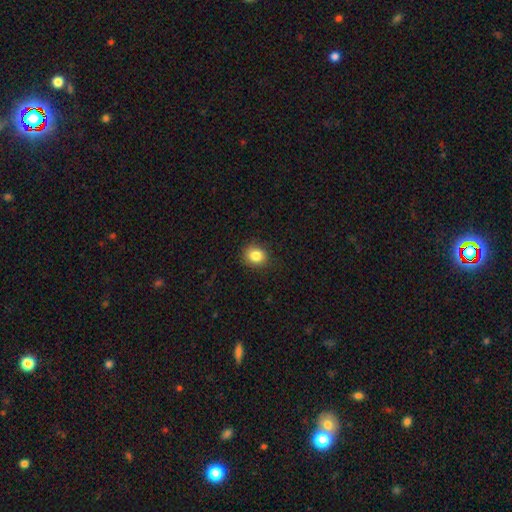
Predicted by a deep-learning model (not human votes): Morphology: type=smooth (85%); roundness=round (73%); merging=none (88%).